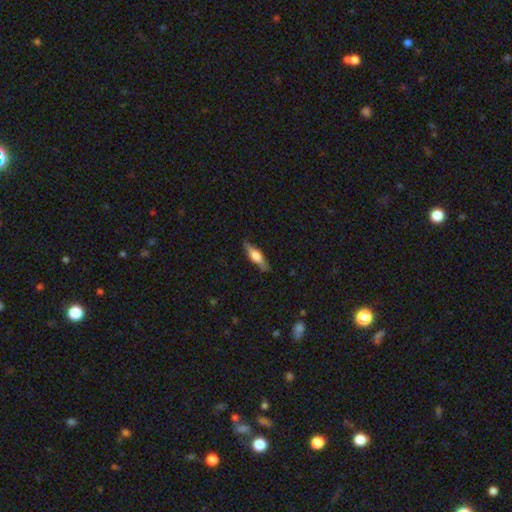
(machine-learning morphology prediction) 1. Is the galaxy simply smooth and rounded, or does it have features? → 50% smooth, 44% featured or disk, 6% star or artifact.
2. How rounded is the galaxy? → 63% cigar-shaped, 35% in between, 3% round.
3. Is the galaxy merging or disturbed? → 85% none, 11% minor disturbance, 2% major disturbance, 1% merger.